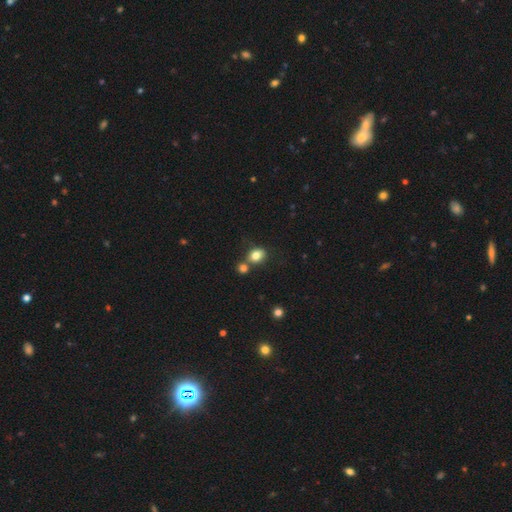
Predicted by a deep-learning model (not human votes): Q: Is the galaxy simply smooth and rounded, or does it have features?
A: smooth — 81%.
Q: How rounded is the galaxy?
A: round — 50%.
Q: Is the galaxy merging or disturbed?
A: none — 56%.